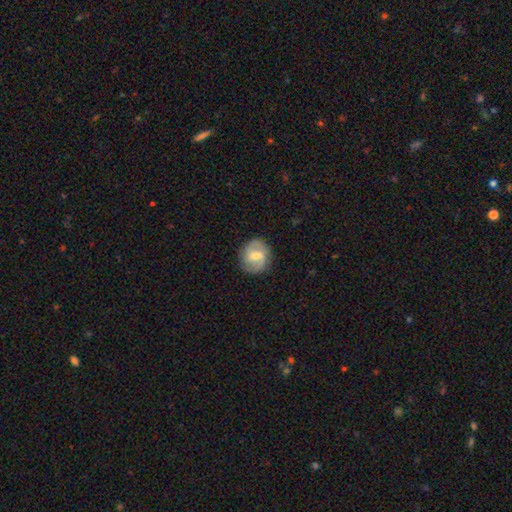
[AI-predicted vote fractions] Q: Smooth or featured?
A: featured or disk (68%); runner-up: smooth (26%)
Q: Edge-on disk?
A: no (97%); runner-up: yes (3%)
Q: Bar?
A: weak (55%); runner-up: strong (23%)
Q: Spiral arms?
A: yes (89%); runner-up: no (11%)
Q: Spiral winding?
A: medium (49%); runner-up: tight (31%)
Q: Spiral arm count?
A: 2 (86%); runner-up: can't tell (8%)
Q: Bulge size?
A: moderate (54%); runner-up: small (37%)
Q: Merging?
A: none (85%); runner-up: minor disturbance (11%)